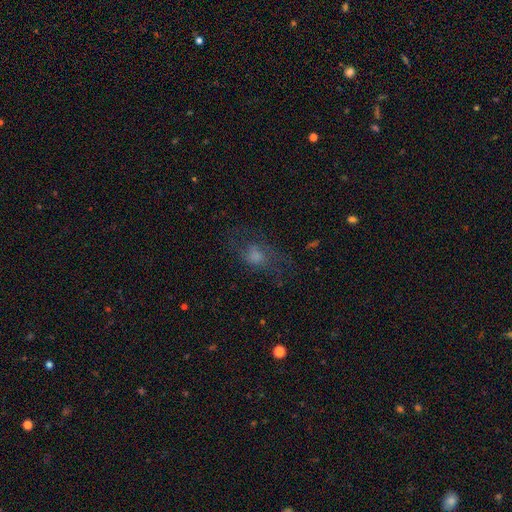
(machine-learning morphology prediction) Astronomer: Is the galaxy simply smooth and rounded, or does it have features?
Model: smooth — 39% (runner-up: featured or disk, 38%).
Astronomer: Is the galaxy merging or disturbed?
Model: none — 58%.